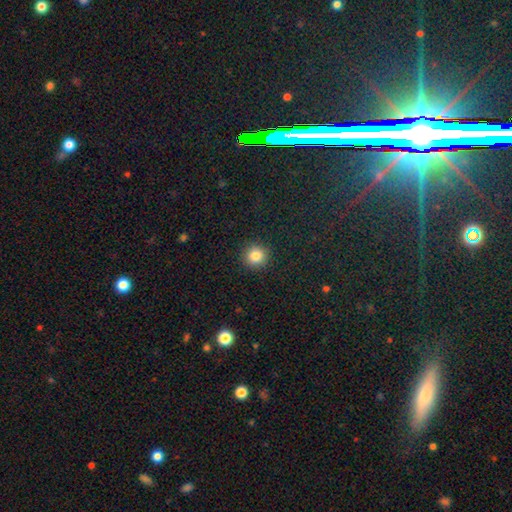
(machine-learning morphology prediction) type=smooth (84%); roundness=round (94%); merging=none (92%).